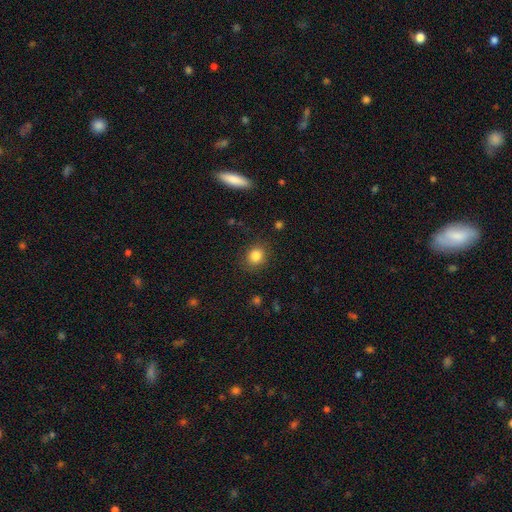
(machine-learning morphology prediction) smooth 84%, star or artifact 11%, featured or disk 5%. Down the decision tree: how rounded — round (75%); merging — none (85%).